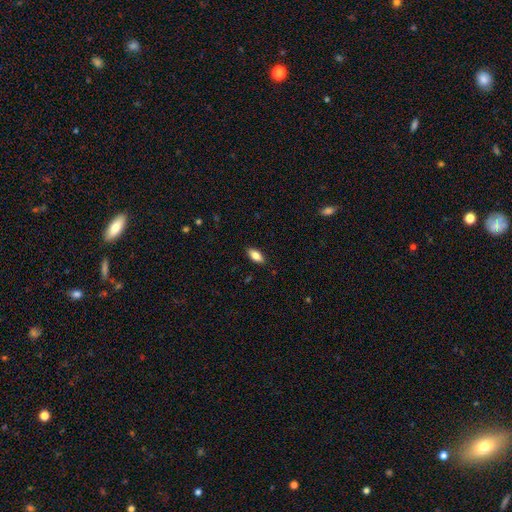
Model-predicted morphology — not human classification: type=smooth (80%); roundness=in between (86%); merging=none (88%).